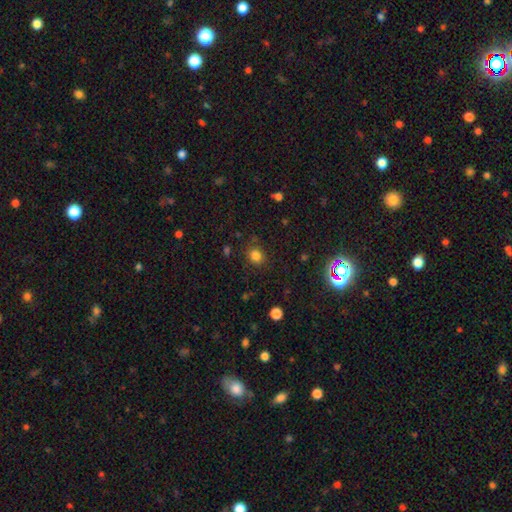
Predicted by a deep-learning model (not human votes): Smooth or featured: smooth — 80% (star or artifact — 14%)
How rounded: round — 73% (in between — 26%)
Merging: none — 83% (minor disturbance — 11%)